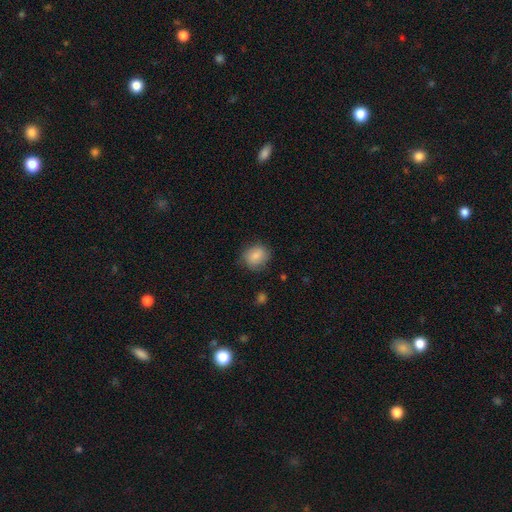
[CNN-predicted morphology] Overall: smooth (85%). How rounded: round (63%; in between 36%). Merging: none (77%).